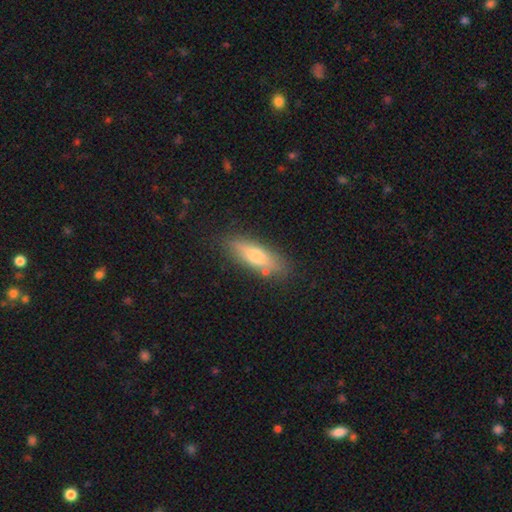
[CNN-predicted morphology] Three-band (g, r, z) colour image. It shows a smooth galaxy with no disk features (67%) that is cigar-shaped (51%). Merging: none (80%).